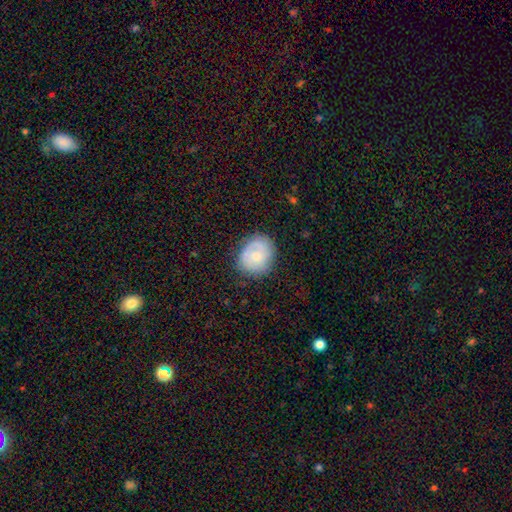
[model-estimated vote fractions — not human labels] This is possibly a smooth galaxy (52%). How rounded: likely round (69%). Merging: likely none (73%).